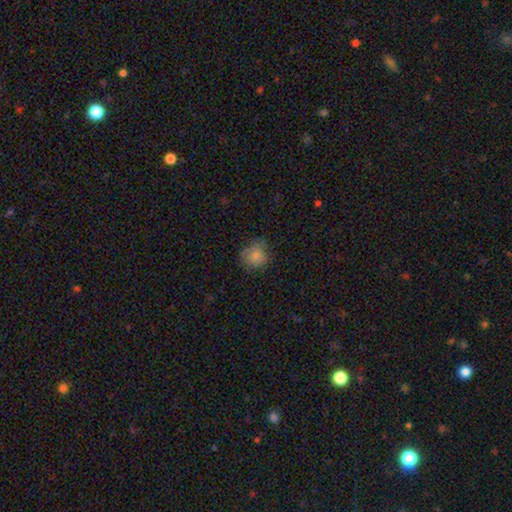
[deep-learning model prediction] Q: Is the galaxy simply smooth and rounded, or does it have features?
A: smooth — 78%.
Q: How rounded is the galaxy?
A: round — 78%.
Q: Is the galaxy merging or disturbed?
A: none — 66%.